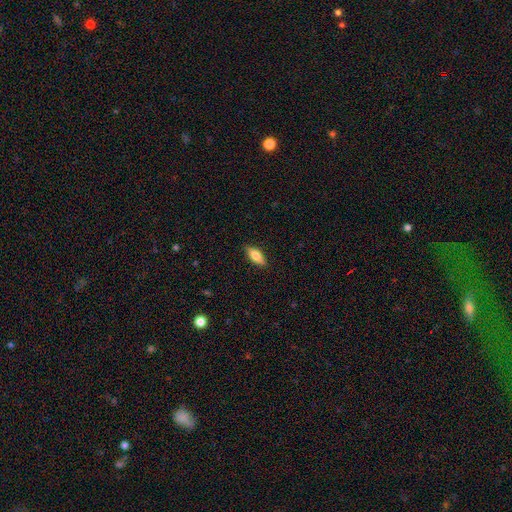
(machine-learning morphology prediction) Q: Smooth or featured?
A: smooth (71%); runner-up: featured or disk (23%)
Q: How rounded?
A: in between (71%); runner-up: cigar-shaped (26%)
Q: Merging?
A: none (88%); runner-up: minor disturbance (10%)